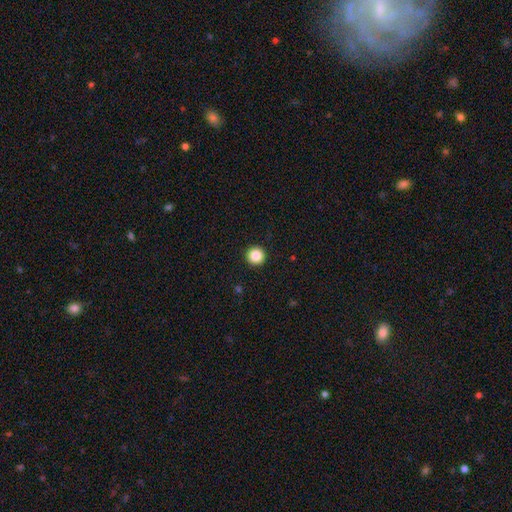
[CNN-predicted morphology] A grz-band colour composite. It shows a smooth galaxy with no disk features (87%) that is round (96%). Merging: none (94%).